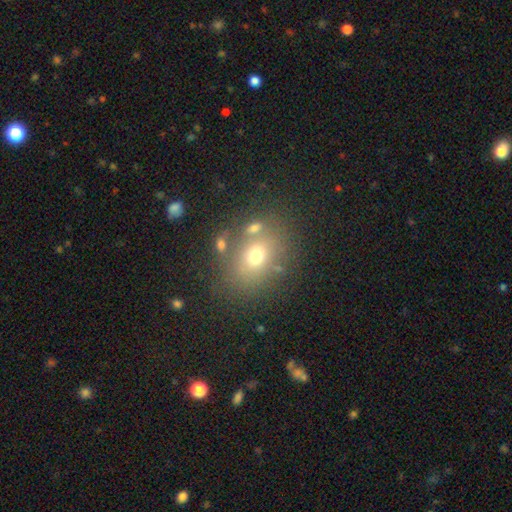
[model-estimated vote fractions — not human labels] This appears to be a smooth galaxy with no disk features (67%) that is in between round and cigar-shaped (55%). Merging: none (70%).